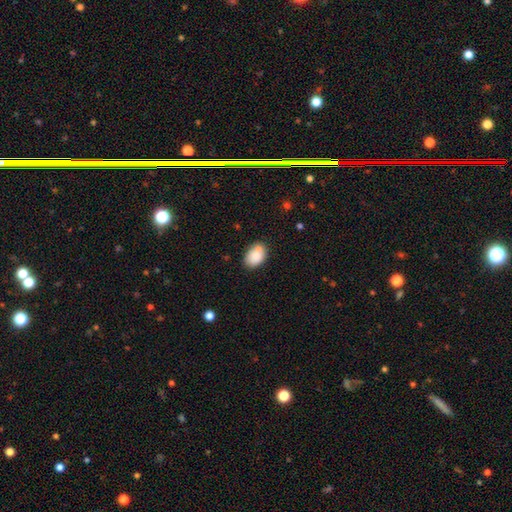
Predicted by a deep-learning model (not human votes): smooth_or_featured: smooth (p=0.84) [alt: featured or disk p=0.08]
how_rounded: in between (p=0.85) [alt: round p=0.13]
merging: none (p=0.66) [alt: minor disturbance p=0.18]